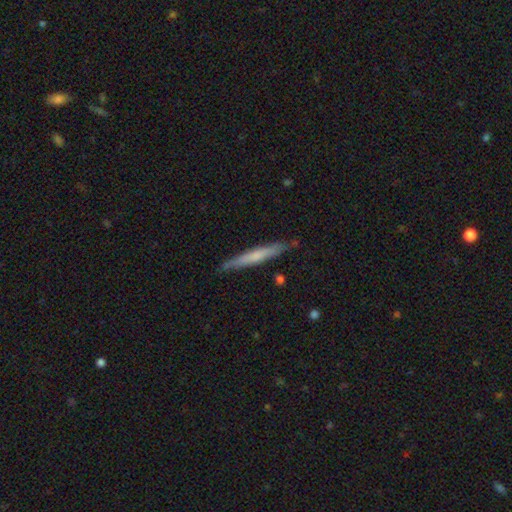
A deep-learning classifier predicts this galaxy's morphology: smooth 54%, featured or disk 41%, star or artifact 5%. Down the decision tree: how rounded — cigar-shaped (96%); merging — none (86%).